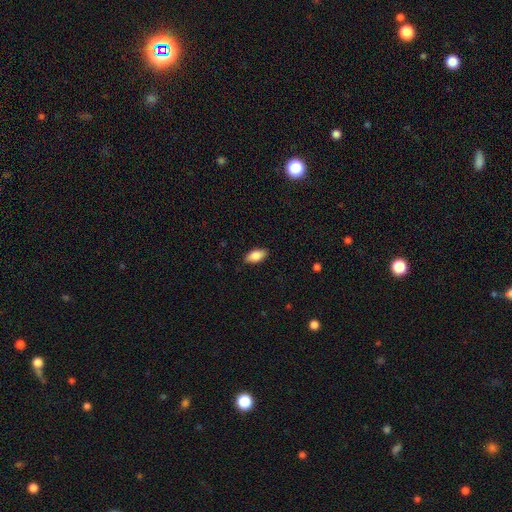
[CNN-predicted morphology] type=smooth (85%); roundness=in between (90%); merging=none (86%).